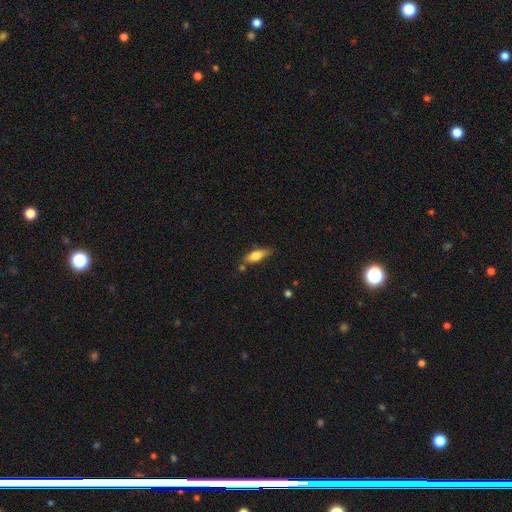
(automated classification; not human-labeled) Q: Smooth or featured?
A: smooth (73%); runner-up: featured or disk (20%)
Q: How rounded?
A: in between (63%); runner-up: cigar-shaped (34%)
Q: Merging?
A: none (69%); runner-up: minor disturbance (21%)